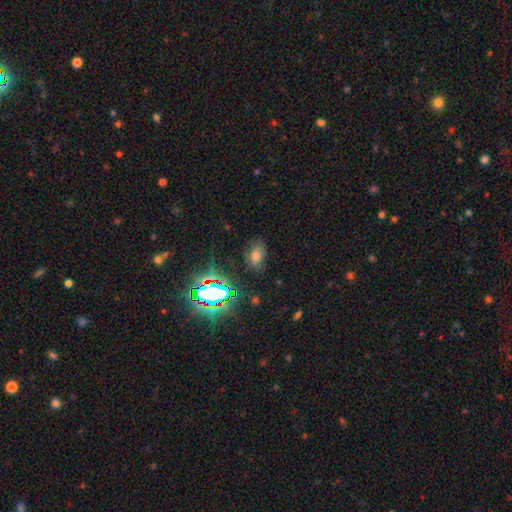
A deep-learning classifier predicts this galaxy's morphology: Overall: smooth (55%; star or artifact 31%). How rounded: in between (84%). Merging: none (73%).